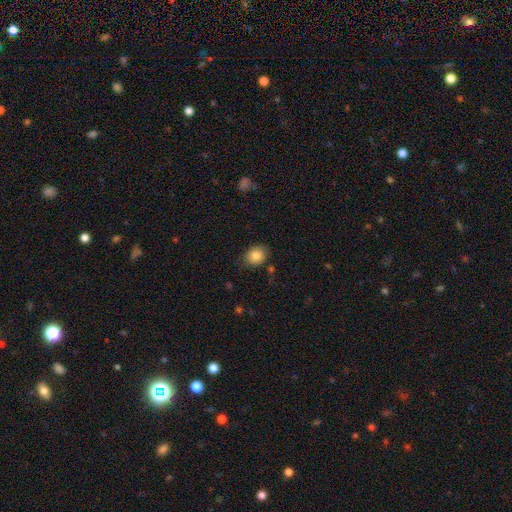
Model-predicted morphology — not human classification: Smooth or featured? smooth (83%)
How rounded? in between (50%)
Merging? none (78%)